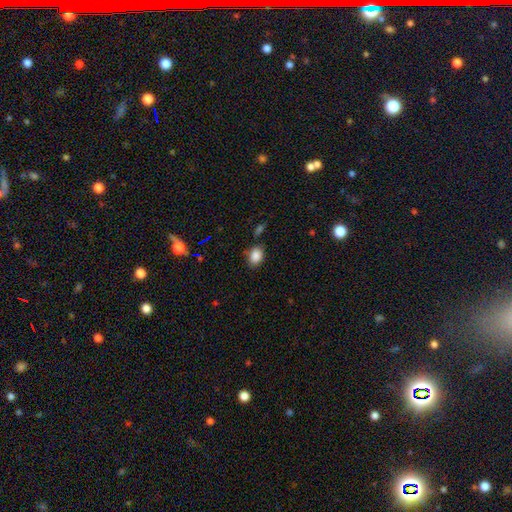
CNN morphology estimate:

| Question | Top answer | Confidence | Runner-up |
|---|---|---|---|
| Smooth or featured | smooth | 87% | star or artifact (9%) |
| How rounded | in between | 66% | round (32%) |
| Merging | none | 78% | minor disturbance (15%) |